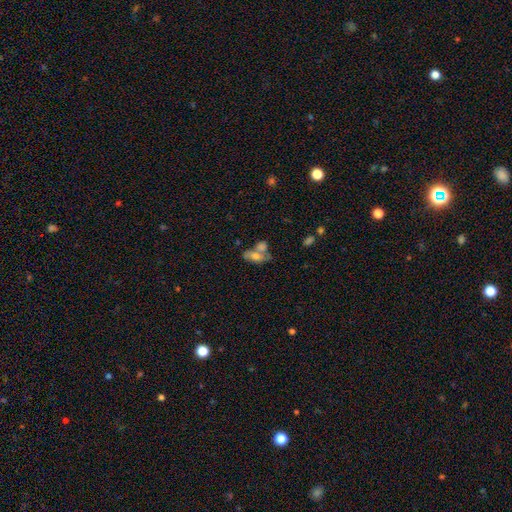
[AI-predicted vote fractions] smooth 63%, featured or disk 27%, star or artifact 10%. Down the decision tree: how rounded — in between (82%); merging — merger (46%).